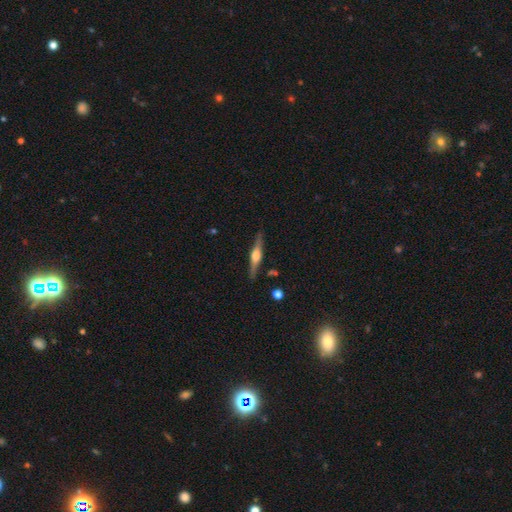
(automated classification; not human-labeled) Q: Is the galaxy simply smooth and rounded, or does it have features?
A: featured or disk — 73%.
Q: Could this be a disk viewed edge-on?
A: yes — 97%.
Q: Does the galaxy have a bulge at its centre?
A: rounded — 90%.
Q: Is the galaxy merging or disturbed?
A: none — 87%.